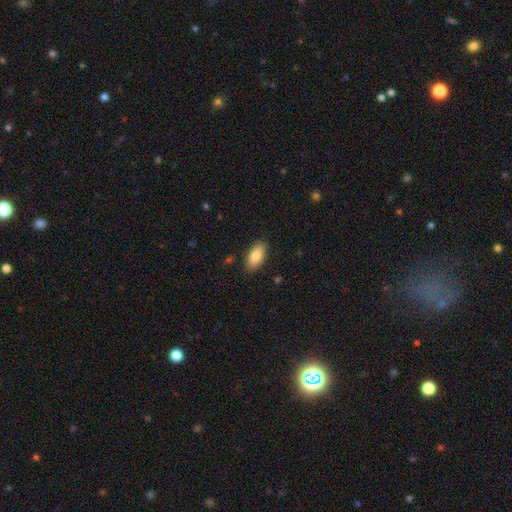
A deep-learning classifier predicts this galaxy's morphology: smooth_or_featured: smooth (p=0.85) [alt: featured or disk p=0.09]
how_rounded: in between (p=0.90) [alt: cigar-shaped p=0.07]
merging: none (p=0.87) [alt: minor disturbance p=0.10]